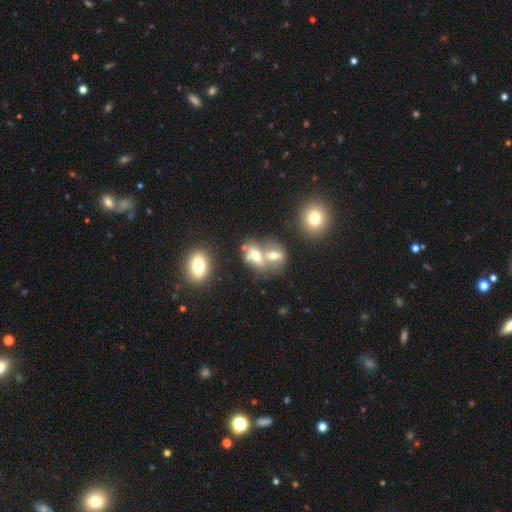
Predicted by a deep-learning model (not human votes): The model was most divided on "smooth or featured": smooth: 60%, featured or disk: 26%, star or artifact: 14%. More confident: how rounded — in between (65%); merging — merger (62%).